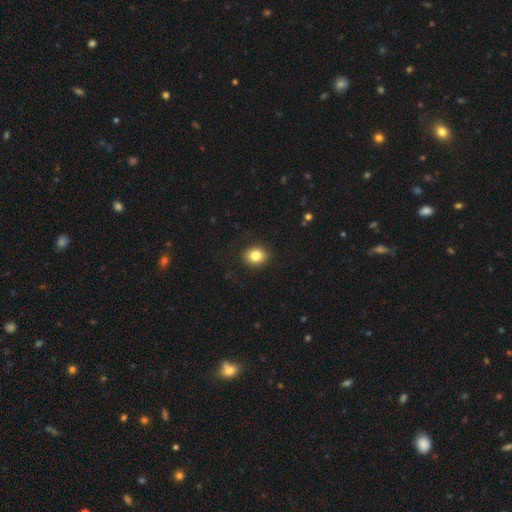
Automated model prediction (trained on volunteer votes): A smooth galaxy with no disk features (84%) that is round (64%). Merging: none (89%).